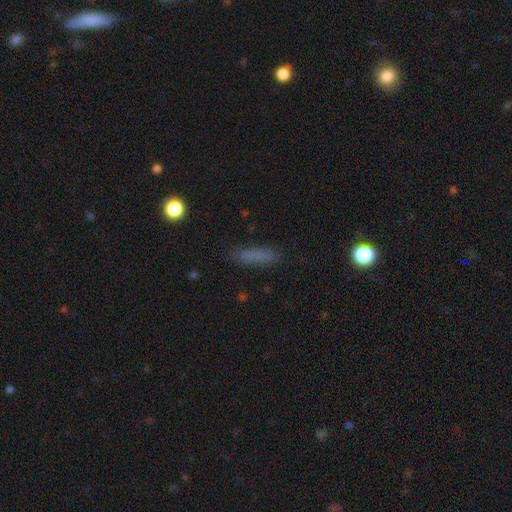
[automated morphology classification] smooth-or-featured: smooth: 76% | star or artifact: 12% | featured or disk: 12%
  how-rounded: cigar-shaped: 80% | in between: 17% | round: 3%
  merging: none: 84% | minor disturbance: 12% | major disturbance: 3% | merger: 1%